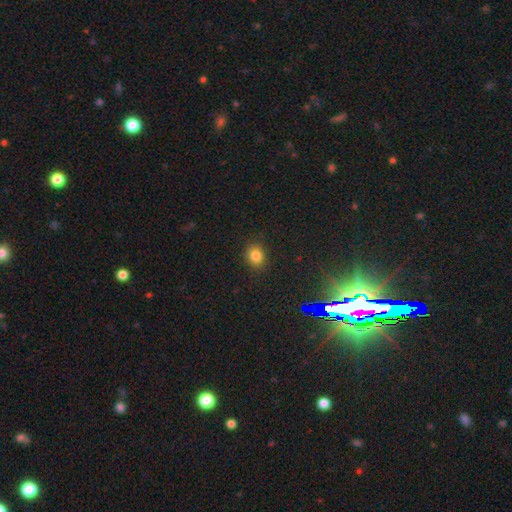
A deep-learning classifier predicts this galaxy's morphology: Smooth or featured?
  - smooth: 82% *
  - star or artifact: 13%
  - featured or disk: 5%
How rounded?
  - round: 70% *
  - in between: 29%
  - cigar-shaped: 1%
Merging?
  - none: 88% *
  - minor disturbance: 9%
  - major disturbance: 3%
  - merger: 1%